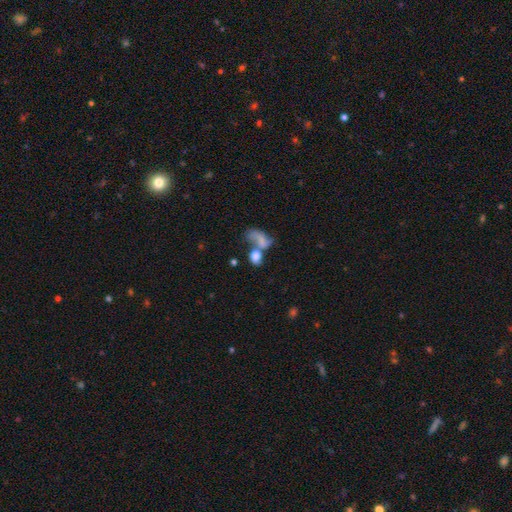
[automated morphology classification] smooth-or-featured: smooth: 65% | featured or disk: 23% | star or artifact: 12%
  how-rounded: in between: 65% | round: 32% | cigar-shaped: 4%
  merging: merger: 58% | none: 20% | major disturbance: 14% | minor disturbance: 9%